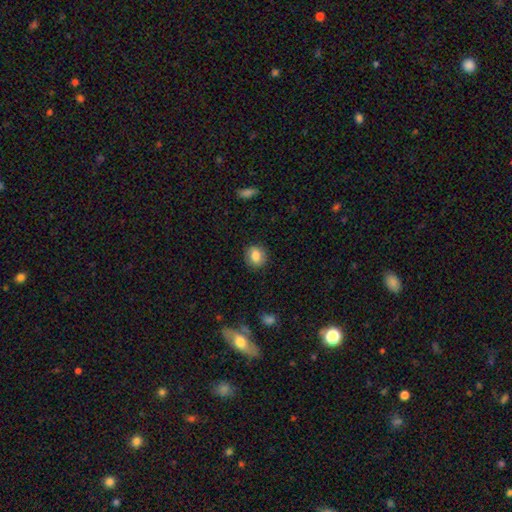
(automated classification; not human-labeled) Morphology: type=smooth (81%); roundness=round (63%); merging=none (85%).